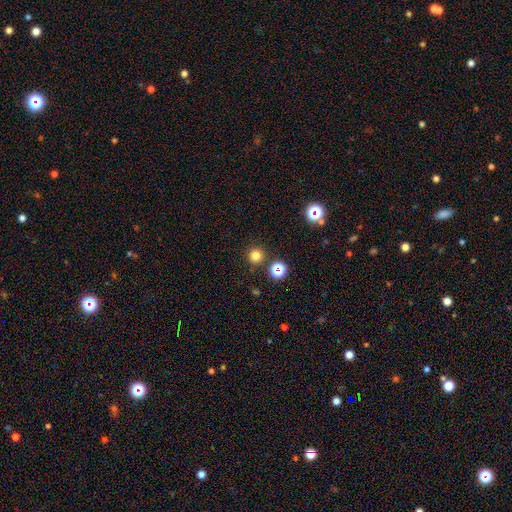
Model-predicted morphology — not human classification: A smooth galaxy with no disk features (77%) that is round (96%).

Vote fractions:
- Smooth or featured? smooth: 77% / star or artifact: 18% / featured or disk: 5%
- How rounded? round: 96% / in between: 3% / cigar-shaped: 1%
- Merging? none: 88% / minor disturbance: 5% / merger: 4% / major disturbance: 2%